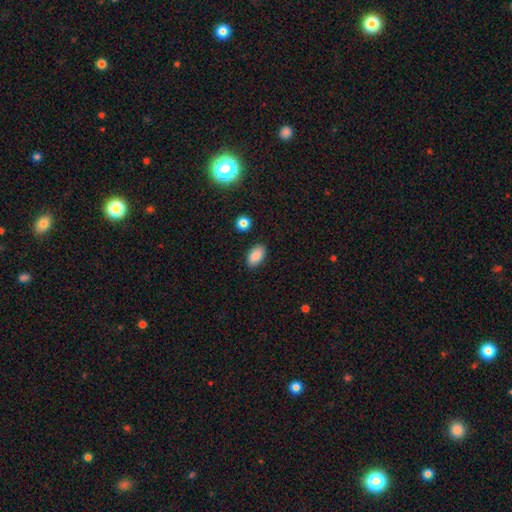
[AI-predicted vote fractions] A smooth galaxy with no disk features (88%) that is in between round and cigar-shaped (93%). Merging: none (88%).